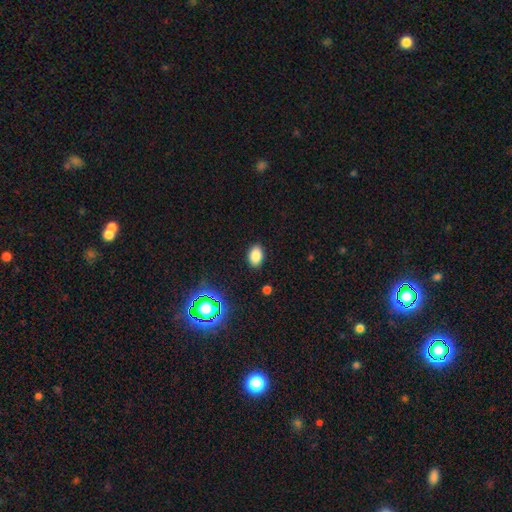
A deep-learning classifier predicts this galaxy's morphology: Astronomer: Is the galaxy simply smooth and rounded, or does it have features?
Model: smooth — 82%.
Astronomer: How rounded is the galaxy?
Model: in between — 85%.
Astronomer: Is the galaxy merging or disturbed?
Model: none — 87%.